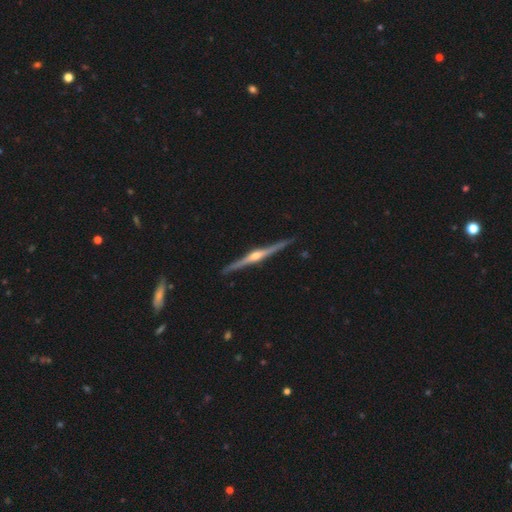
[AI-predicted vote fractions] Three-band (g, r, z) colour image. It shows a featured or disk galaxy (86%) viewed edge-on (99%) with a rounded central bulge (91%). Merging: none (90%).